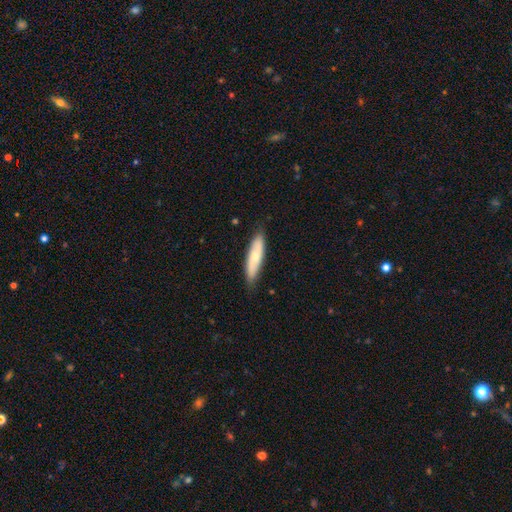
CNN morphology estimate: A smooth galaxy with no disk features (61%) that is cigar-shaped (68%).

Vote fractions:
- Smooth or featured? smooth: 61% / featured or disk: 33% / star or artifact: 5%
- How rounded? cigar-shaped: 68% / in between: 30% / round: 2%
- Merging? none: 81% / minor disturbance: 15% / major disturbance: 2% / merger: 1%